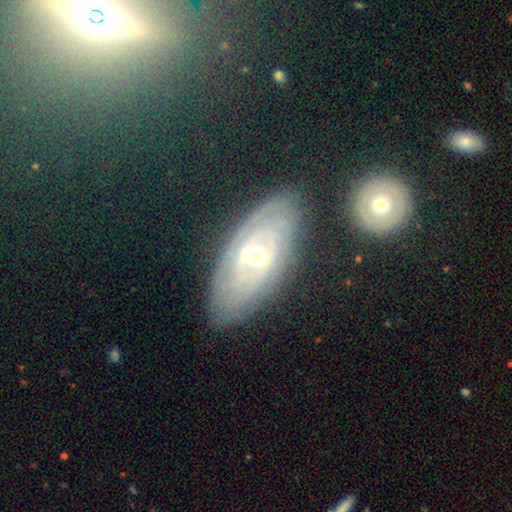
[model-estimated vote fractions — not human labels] This is likely a featured or disk galaxy (76%). It is clearly not viewed edge-on (88%). Bar: marginally no (45%). Spiral arm pattern: likely yes (77%). Spiral arm count: likely can't tell (62%). Spiral winding: likely tight (78%). Central bulge: possibly moderate (58%). Merging: likely none (78%).